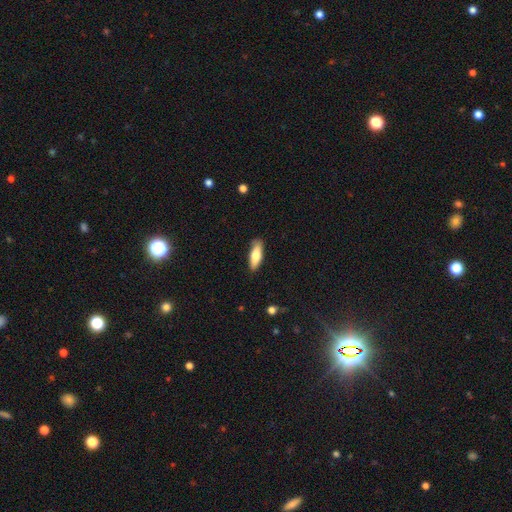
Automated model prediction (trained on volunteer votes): Smooth or featured?
  - smooth: 74% *
  - featured or disk: 20%
  - star or artifact: 6%
How rounded?
  - in between: 54% *
  - cigar-shaped: 44%
  - round: 2%
Merging?
  - none: 85% *
  - minor disturbance: 12%
  - major disturbance: 2%
  - merger: 1%